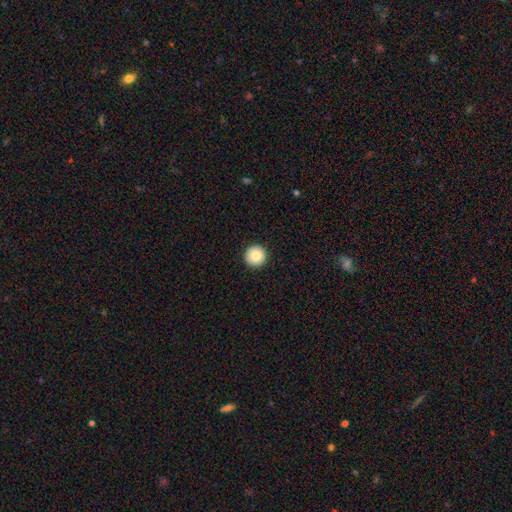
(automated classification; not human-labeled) This is clearly a smooth galaxy (86%). How rounded: clearly round (97%). Merging: clearly none (94%).